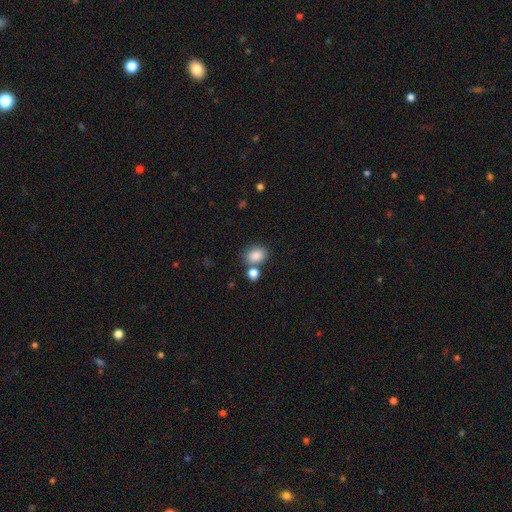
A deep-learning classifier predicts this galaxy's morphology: This is clearly a smooth galaxy (86%). How rounded: possibly in between (58%). Merging: likely none (65%).